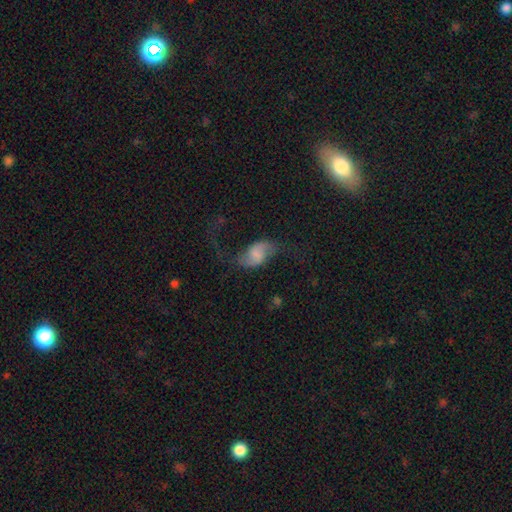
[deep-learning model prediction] This is likely a featured or disk galaxy (68%). It is clearly not viewed edge-on (96%). Bar: marginally no (43%). Spiral arm pattern: clearly yes (92%). Spiral arm count: clearly 2 (90%). Spiral winding: clearly loose (85%). Central bulge: marginally none (33%). Merging: possibly none (56%).